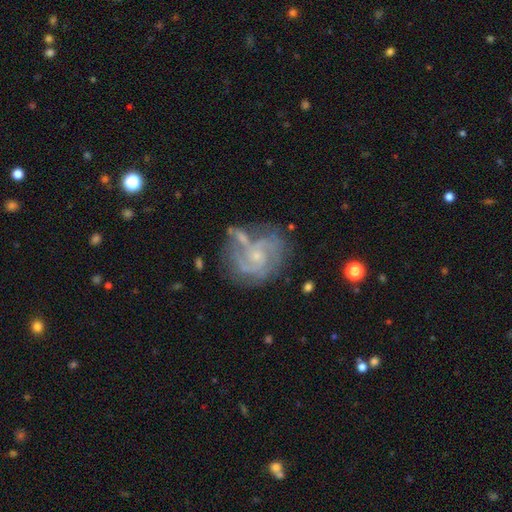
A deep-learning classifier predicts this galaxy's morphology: A featured or disk galaxy (84%) with no bar (66%), 2 (41%) tight (44%) spiral arms (94%) and a small central bulge (73%). Merging: none (54%).